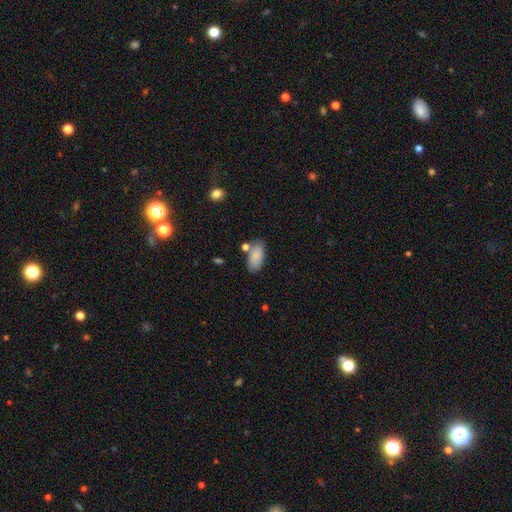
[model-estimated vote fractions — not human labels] This appears to be a smooth galaxy with no disk features (85%) that is in between round and cigar-shaped (92%). Merging: none (69%).